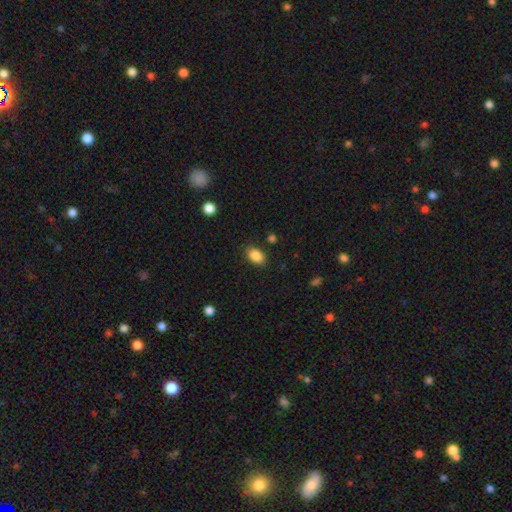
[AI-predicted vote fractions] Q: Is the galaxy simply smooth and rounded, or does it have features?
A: smooth — 87%.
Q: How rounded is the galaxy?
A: in between — 88%.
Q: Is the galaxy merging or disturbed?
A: none — 86%.